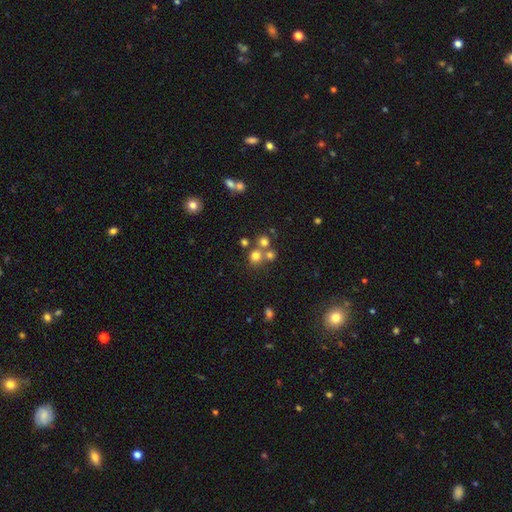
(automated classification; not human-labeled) smooth 68%, star or artifact 20%, featured or disk 12%. Down the decision tree: how rounded — round (88%); merging — none (57%).